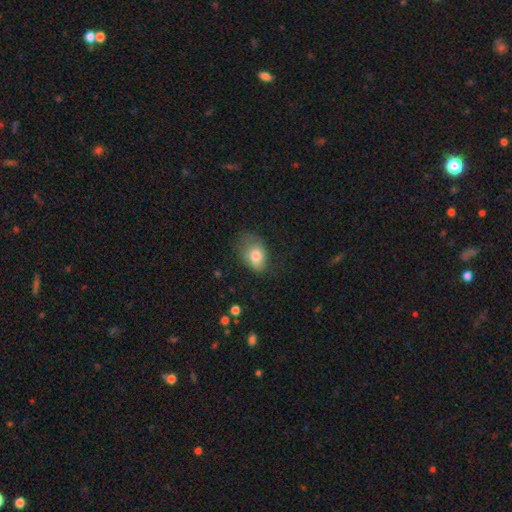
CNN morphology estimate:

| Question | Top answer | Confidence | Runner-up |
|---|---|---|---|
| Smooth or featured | smooth | 77% | featured or disk (15%) |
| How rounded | in between | 78% | round (21%) |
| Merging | none | 40% | minor disturbance (35%) |